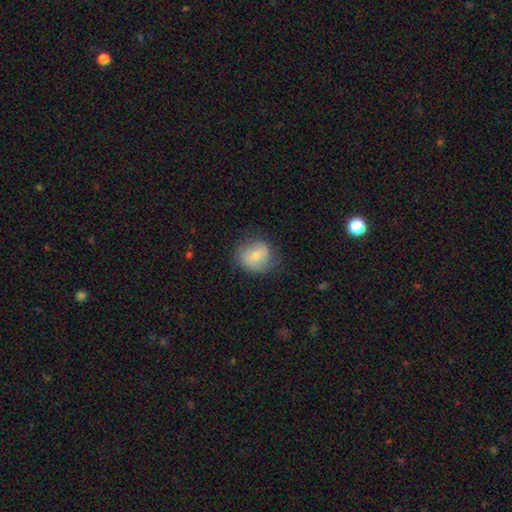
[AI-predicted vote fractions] A smooth galaxy with no disk features (68%) that is round (72%).

Vote fractions:
- Smooth or featured? smooth: 68% / featured or disk: 24% / star or artifact: 8%
- How rounded? round: 72% / in between: 27% / cigar-shaped: 1%
- Merging? none: 72% / minor disturbance: 20% / major disturbance: 7% / merger: 1%